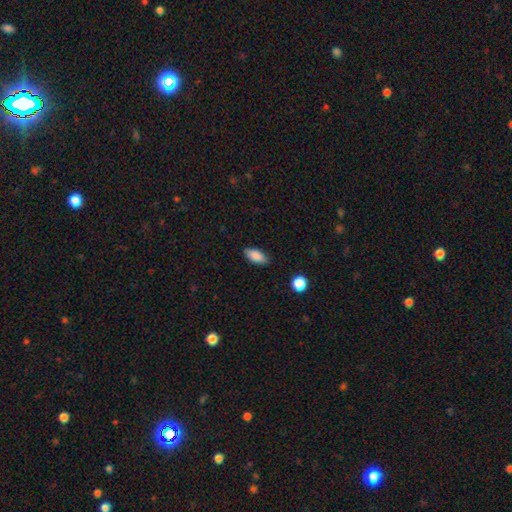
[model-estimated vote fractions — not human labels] A smooth galaxy with no disk features (87%) that is in between round and cigar-shaped (88%). Merging: none (83%).